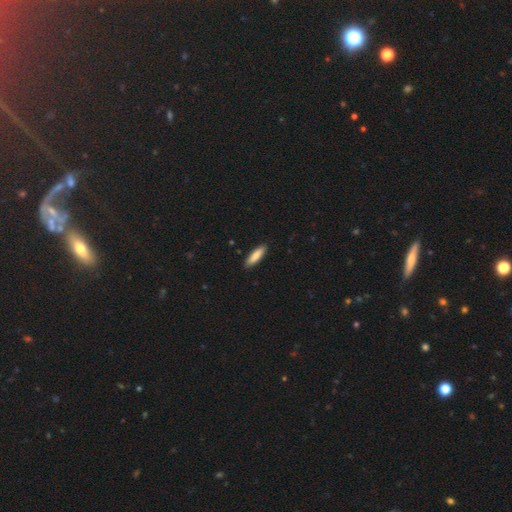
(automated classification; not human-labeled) A smooth galaxy with no disk features (85%) that is cigar-shaped (67%). Merging: none (90%).